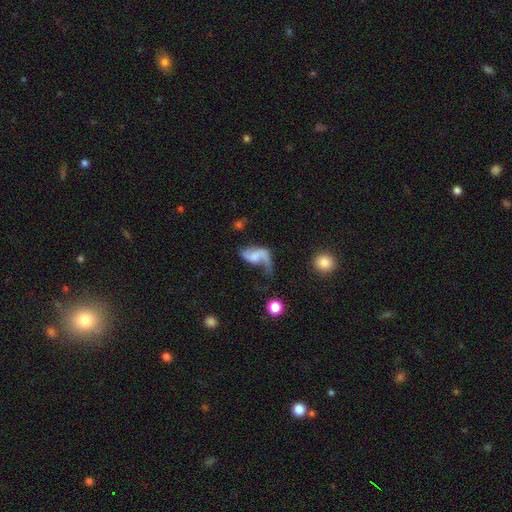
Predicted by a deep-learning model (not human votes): This appears to be a featured or disk galaxy (73%) with no bar (51%), 2 (74%) loose (83%) spiral arms (89%) and no central bulge (40%). Merging: major disturbance (38%).